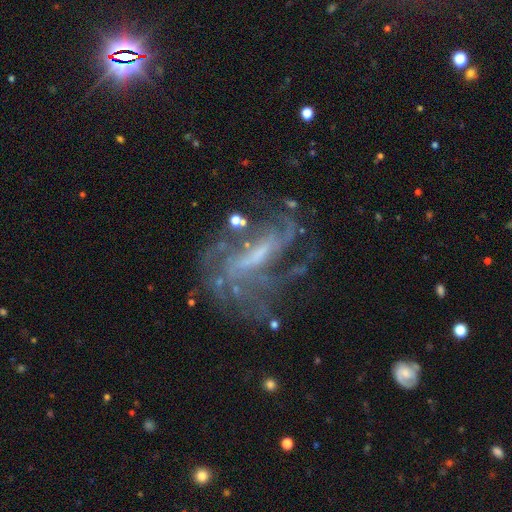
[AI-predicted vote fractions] Smooth or featured? featured or disk (82%)
Edge-on disk? no (93%)
Bar? weak (40%)
Spiral arms? yes (86%)
Spiral winding? medium (41%)
Spiral arm count? can't tell (38%)
Bulge size? small (38%)
Merging? none (54%)